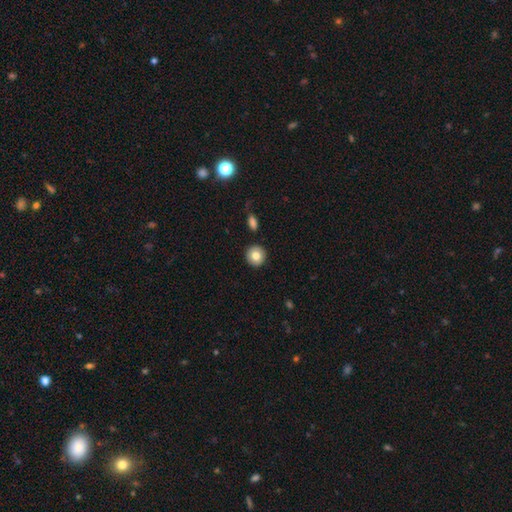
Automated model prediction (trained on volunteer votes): Overall: smooth (81%). How rounded: round (92%). Merging: none (90%).